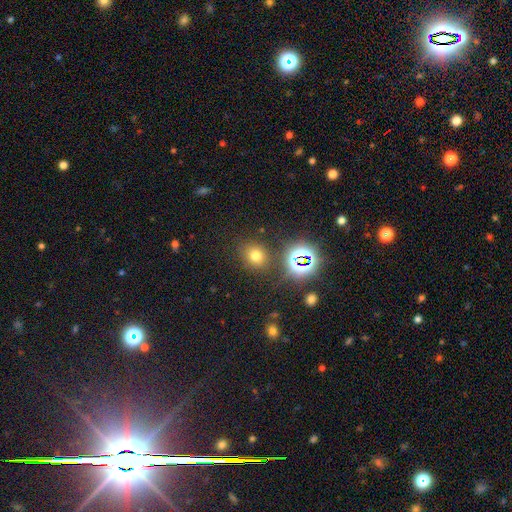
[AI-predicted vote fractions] Smooth or featured?
  - smooth: 64% *
  - star or artifact: 27%
  - featured or disk: 8%
How rounded?
  - round: 76% *
  - in between: 23%
  - cigar-shaped: 1%
Merging?
  - none: 82% *
  - minor disturbance: 9%
  - merger: 5%
  - major disturbance: 4%